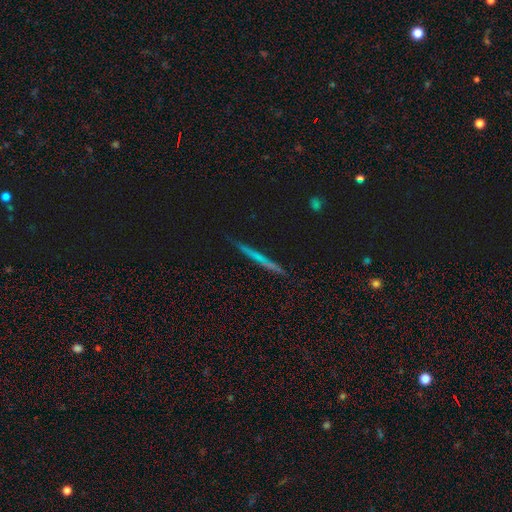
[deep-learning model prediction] The model was most divided on "smooth or featured": featured or disk: 46%, smooth: 45%, star or artifact: 10%. More confident: merging — none (89%).